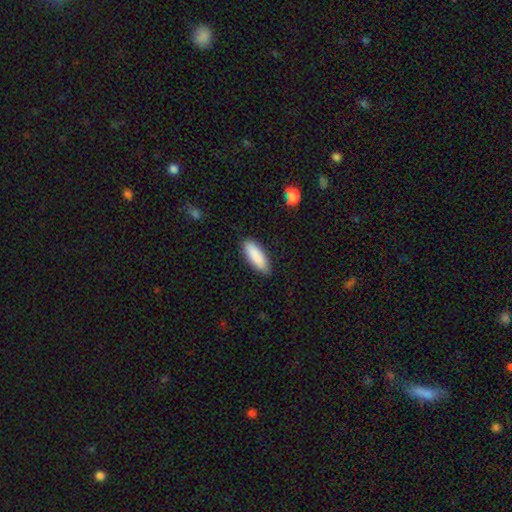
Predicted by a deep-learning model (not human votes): Morphology: type=smooth (89%); roundness=in between (63%); merging=none (86%).